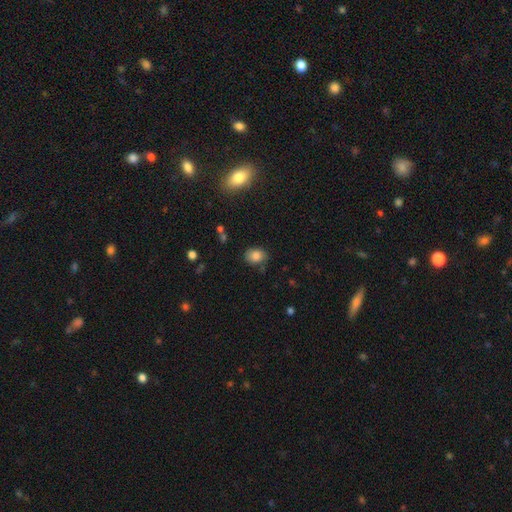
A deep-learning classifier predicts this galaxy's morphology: Smooth or featured? Predicted: smooth (p=0.80). How rounded? Predicted: in between (p=0.59). Merging? Predicted: none (p=0.71).